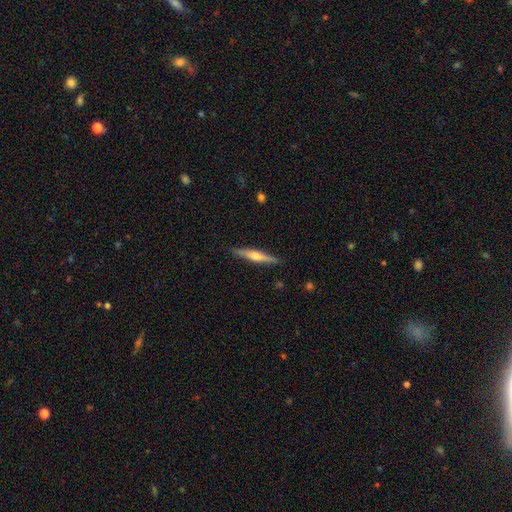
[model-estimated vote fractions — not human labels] This appears to be a featured or disk galaxy (59%) viewed edge-on (97%) with a rounded central bulge (88%). Merging: none (90%).